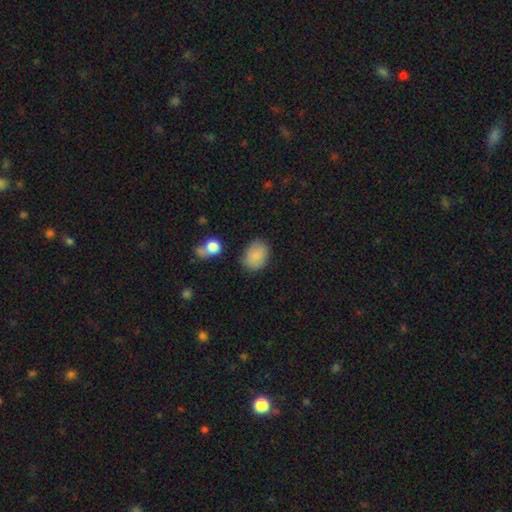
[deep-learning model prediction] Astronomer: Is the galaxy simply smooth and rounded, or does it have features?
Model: smooth — 86%.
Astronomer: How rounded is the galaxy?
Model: in between — 67%.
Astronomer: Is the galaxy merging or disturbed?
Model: none — 78%.